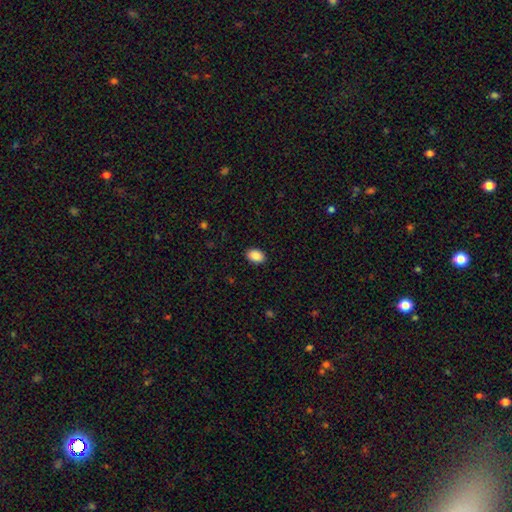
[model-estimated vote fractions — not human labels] smooth 90%, star or artifact 7%, featured or disk 3%. Down the decision tree: how rounded — in between (84%); merging — none (90%).